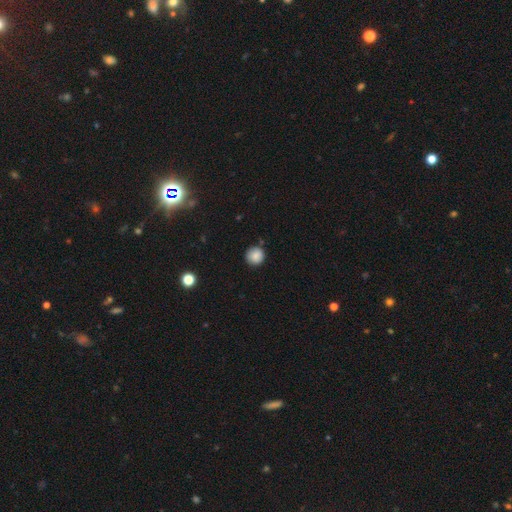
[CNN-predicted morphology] Smooth or featured: smooth — 86% (star or artifact — 9%)
How rounded: round — 93% (in between — 6%)
Merging: none — 85% (minor disturbance — 10%)